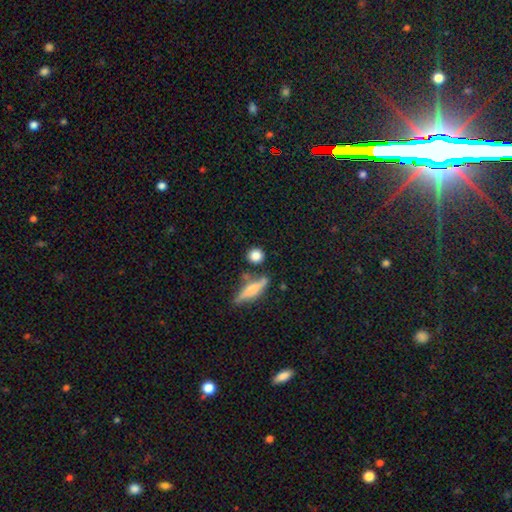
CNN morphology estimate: smooth-or-featured: smooth: 81% | featured or disk: 10% | star or artifact: 9%
  how-rounded: round: 84% | in between: 11% | cigar-shaped: 4%
  merging: none: 78% | minor disturbance: 10% | merger: 9% | major disturbance: 3%